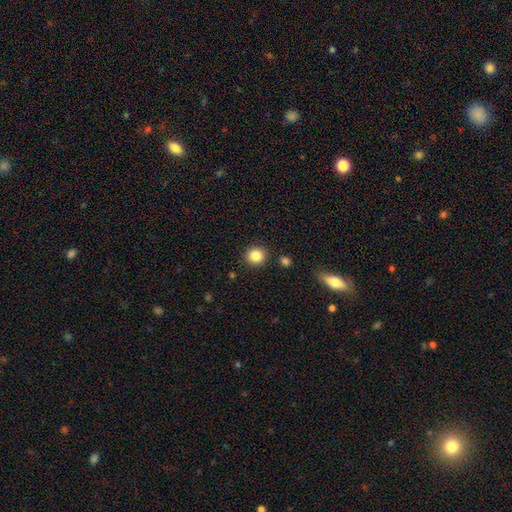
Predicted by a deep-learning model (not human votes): Smooth or featured: smooth — 85% (star or artifact — 10%)
How rounded: round — 88% (in between — 12%)
Merging: none — 89% (minor disturbance — 6%)